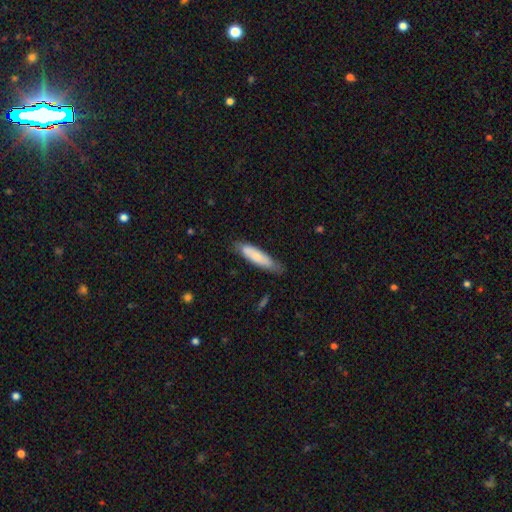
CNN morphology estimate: smooth_or_featured: smooth (p=0.72) [alt: featured or disk p=0.22]
how_rounded: cigar-shaped (p=0.74) [alt: in between p=0.25]
merging: none (p=0.72) [alt: minor disturbance p=0.22]